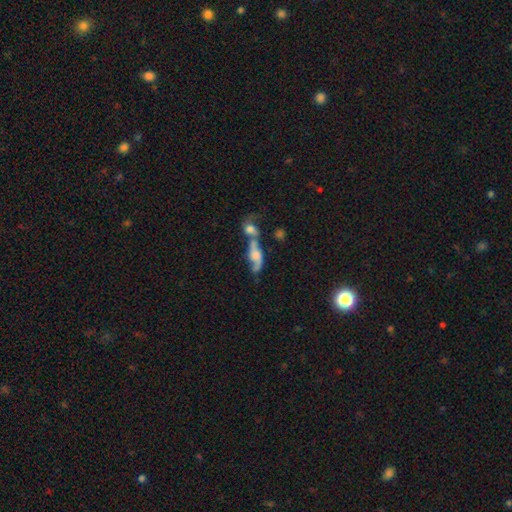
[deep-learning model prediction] This appears to be a featured or disk galaxy (63%) with no bar (65%), spiral arms (84%) and a moderate central bulge (36%). Merging: merger (58%).